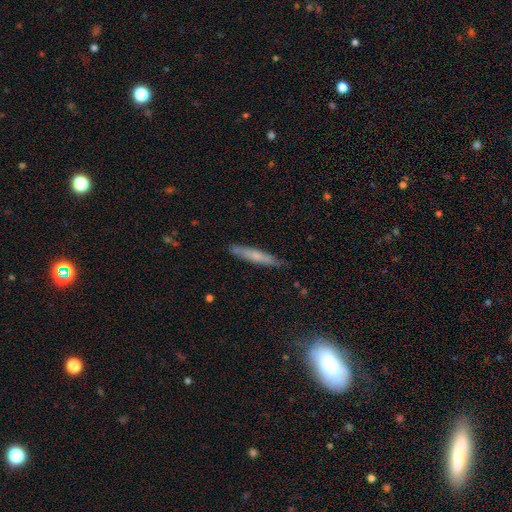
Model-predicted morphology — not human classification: The model was most divided on "smooth or featured": smooth: 55%, featured or disk: 38%, star or artifact: 6%. More confident: how rounded — cigar-shaped (93%); merging — none (82%).